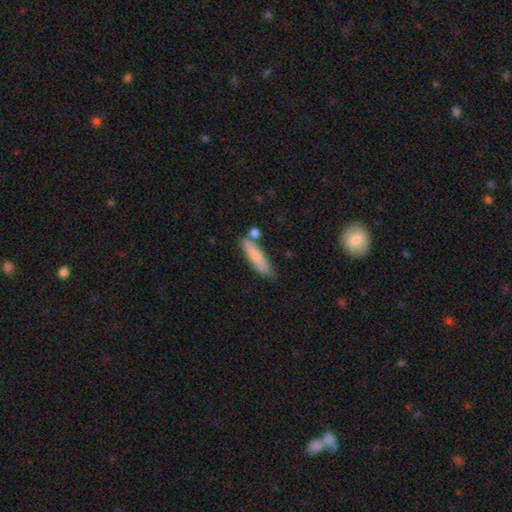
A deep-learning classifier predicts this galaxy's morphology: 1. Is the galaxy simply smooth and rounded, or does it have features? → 75% smooth, 19% featured or disk, 6% star or artifact.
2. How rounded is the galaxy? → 73% cigar-shaped, 25% in between, 2% round.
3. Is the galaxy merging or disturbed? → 68% none, 19% minor disturbance, 9% merger, 4% major disturbance.